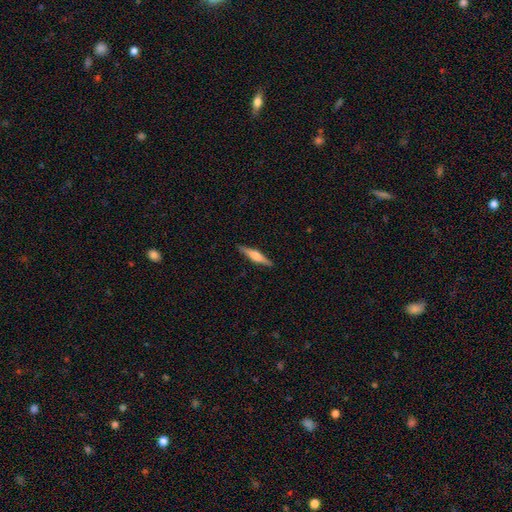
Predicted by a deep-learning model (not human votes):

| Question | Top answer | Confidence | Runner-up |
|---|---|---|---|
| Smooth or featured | featured or disk | 58% | smooth (37%) |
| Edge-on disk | yes | 97% | no (3%) |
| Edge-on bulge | rounded | 70% | boxy (22%) |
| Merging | none | 90% | minor disturbance (7%) |